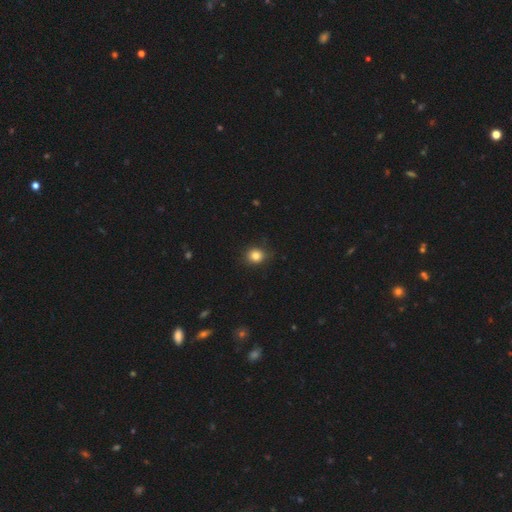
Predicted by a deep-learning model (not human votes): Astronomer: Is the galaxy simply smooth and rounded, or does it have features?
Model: smooth — 83%.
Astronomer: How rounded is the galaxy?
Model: round — 76%.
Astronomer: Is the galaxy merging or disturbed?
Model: none — 84%.